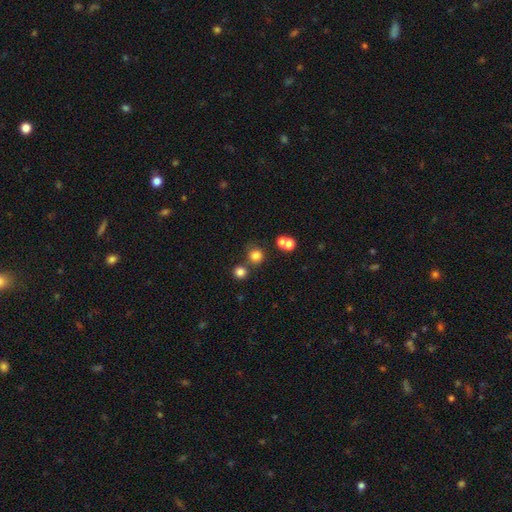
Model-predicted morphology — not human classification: Q: Smooth or featured?
A: smooth (78%); runner-up: star or artifact (15%)
Q: How rounded?
A: round (90%); runner-up: in between (9%)
Q: Merging?
A: none (68%); runner-up: merger (19%)